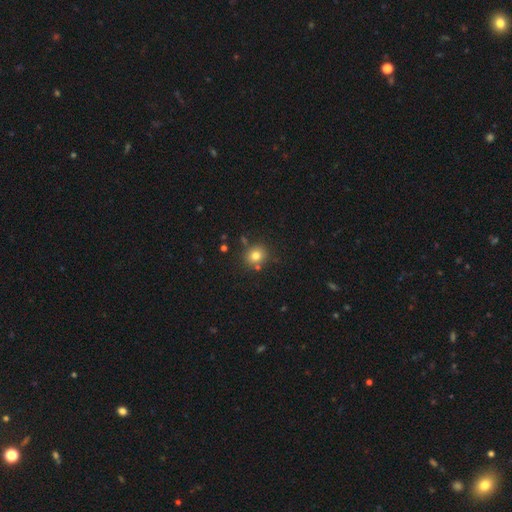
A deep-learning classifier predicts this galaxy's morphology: The model was most divided on "how rounded": round: 77%, in between: 22%, cigar-shaped: 1%. More confident: merging — none (79%); smooth or featured — smooth (79%).